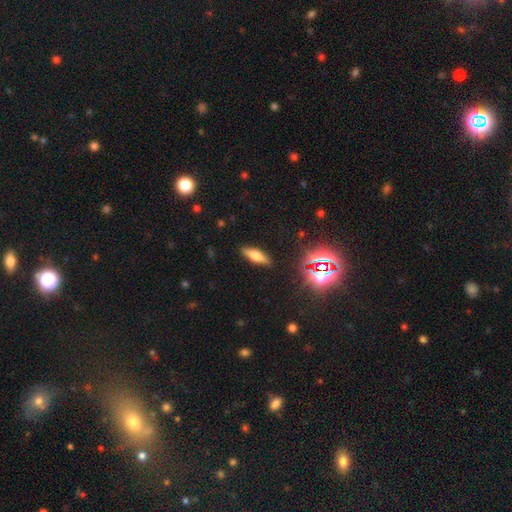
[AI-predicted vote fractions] smooth_or_featured: smooth (p=0.62) [alt: featured or disk p=0.24]
how_rounded: cigar-shaped (p=0.48) [tied with: in between p=0.48]
merging: none (p=0.88) [alt: minor disturbance p=0.08]